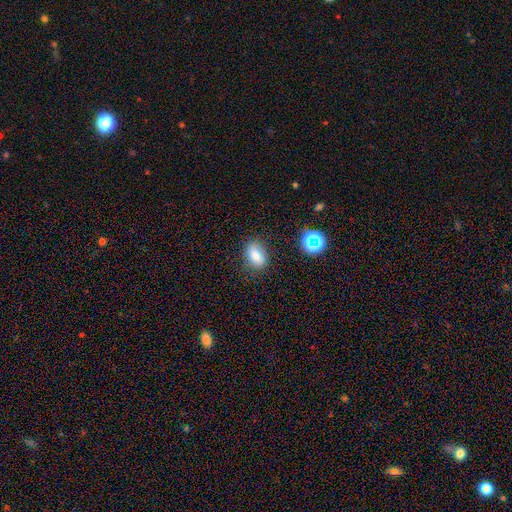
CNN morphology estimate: Smooth or featured?
  - smooth: 79% *
  - star or artifact: 12%
  - featured or disk: 9%
How rounded?
  - in between: 83% *
  - round: 15%
  - cigar-shaped: 2%
Merging?
  - none: 77% *
  - minor disturbance: 17%
  - major disturbance: 4%
  - merger: 3%